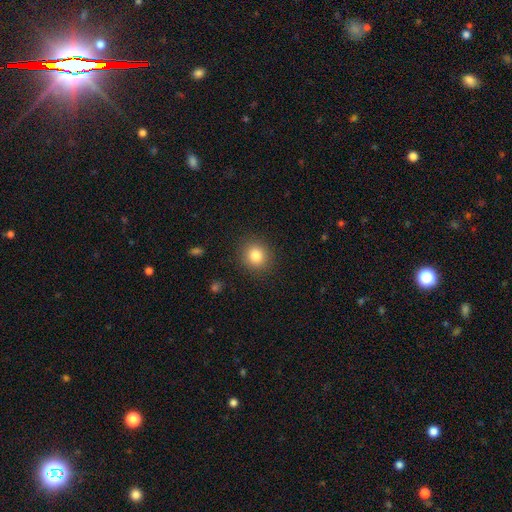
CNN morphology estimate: Smooth or featured? Predicted: smooth (p=0.83). How rounded? Predicted: round (p=0.86). Merging? Predicted: none (p=0.89).